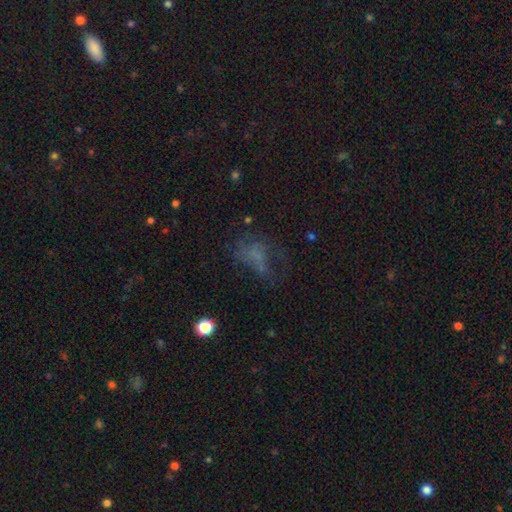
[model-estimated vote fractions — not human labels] A smooth galaxy with no disk features (41%).

Vote fractions:
- Smooth or featured? smooth: 41% / featured or disk: 32% / star or artifact: 27%
- Merging? major disturbance: 38% (tied) / none: 38% (tied) / minor disturbance: 19% / merger: 5%